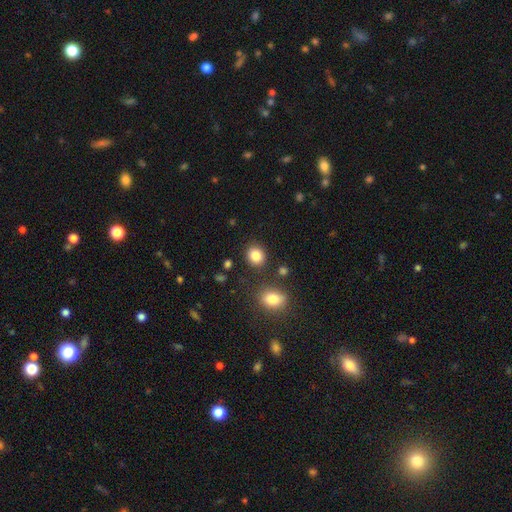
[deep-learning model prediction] smooth 85%, star or artifact 10%, featured or disk 5%. Down the decision tree: how rounded — round (72%); merging — none (84%).